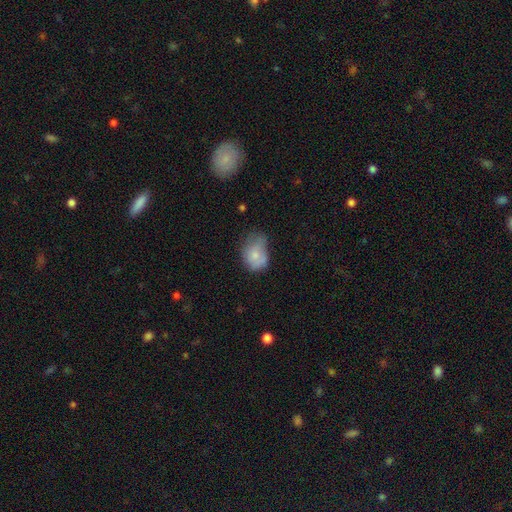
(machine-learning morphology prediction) Smooth or featured? Predicted: smooth (p=0.71). How rounded? Predicted: in between (p=0.65). Merging? Predicted: minor disturbance (p=0.41).